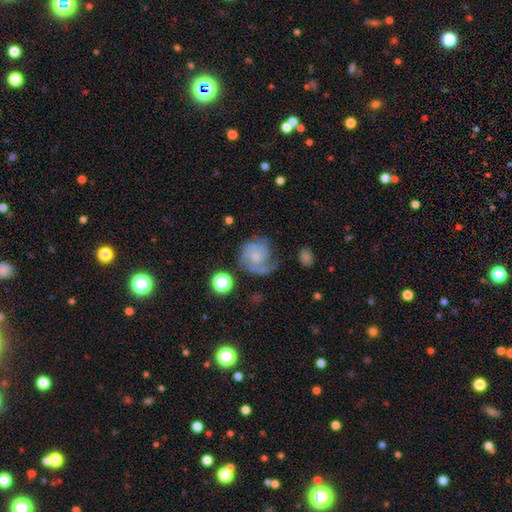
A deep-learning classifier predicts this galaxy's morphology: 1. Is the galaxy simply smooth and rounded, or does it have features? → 73% featured or disk, 19% smooth, 8% star or artifact.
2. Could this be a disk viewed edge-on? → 98% no, 2% yes.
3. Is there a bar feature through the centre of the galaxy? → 74% no, 23% weak, 3% strong.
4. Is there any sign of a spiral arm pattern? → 92% yes, 8% no.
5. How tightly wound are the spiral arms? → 47% tight, 38% medium, 14% loose.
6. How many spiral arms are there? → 38% 2, 22% can't tell, 17% 1, 16% 3, 4% 4, 3% more than 4.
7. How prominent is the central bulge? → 53% small, 30% moderate, 12% none, 3% large, 1% dominant.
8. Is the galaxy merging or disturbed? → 55% none, 22% minor disturbance, 20% major disturbance, 4% merger.